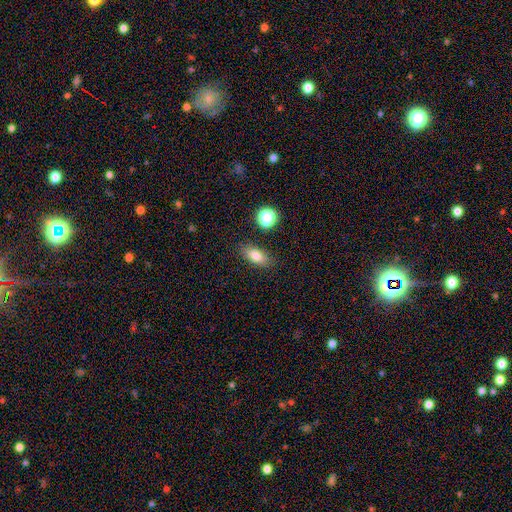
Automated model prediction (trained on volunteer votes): Smooth or featured? Predicted: smooth (p=0.80). How rounded? Predicted: in between (p=0.79). Merging? Predicted: none (p=0.85).